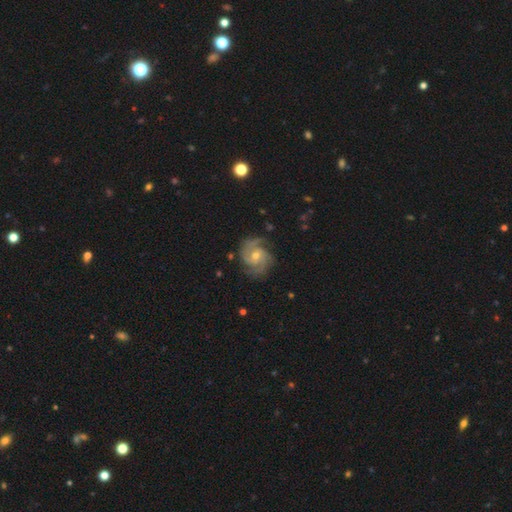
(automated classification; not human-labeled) Smooth or featured: featured or disk — 89% (star or artifact — 5%)
Edge-on disk: no — 98% (yes — 2%)
Bar: no — 69% (weak — 25%)
Spiral arms: yes — 98% (no — 2%)
Spiral winding: tight — 51% (medium — 42%)
Spiral arm count: 3 — 43% (2 — 30%)
Bulge size: small — 50% (moderate — 47%)
Merging: none — 78% (minor disturbance — 15%)